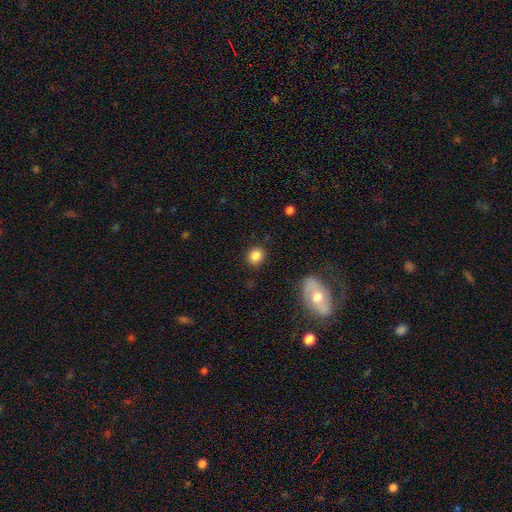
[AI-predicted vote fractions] Smooth or featured?
  - smooth: 85% *
  - star or artifact: 10%
  - featured or disk: 5%
How rounded?
  - round: 74% *
  - in between: 24%
  - cigar-shaped: 1%
Merging?
  - none: 87% *
  - minor disturbance: 8%
  - major disturbance: 3%
  - merger: 2%